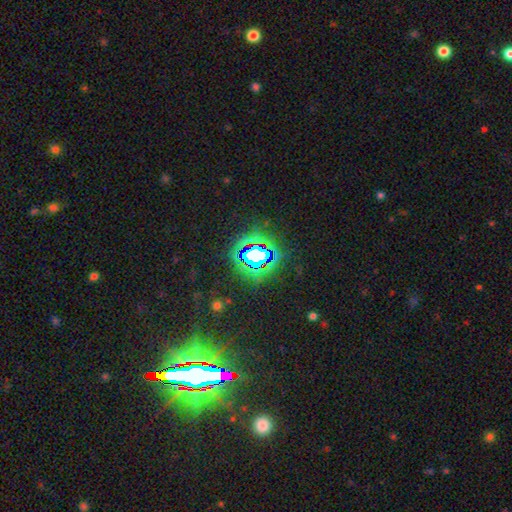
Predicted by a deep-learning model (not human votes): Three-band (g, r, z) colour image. It shows a star or artifact, not a galaxy (77%).